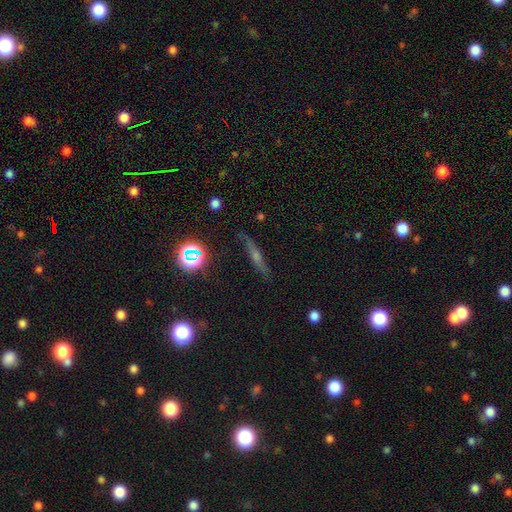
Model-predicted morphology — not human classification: The model was most divided on "smooth or featured": featured or disk: 50%, smooth: 31%, star or artifact: 19%. More confident: edge-on disk — yes (83%); merging — none (81%).